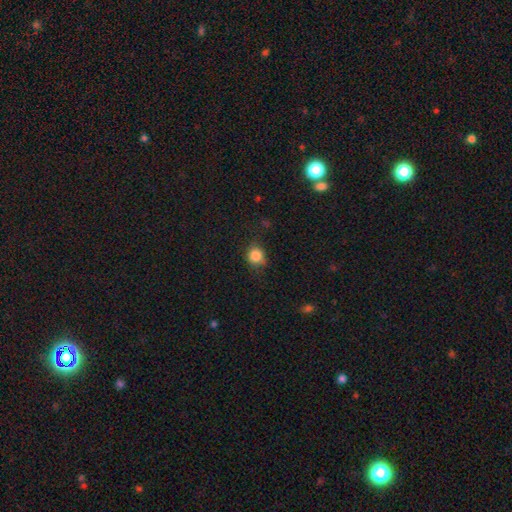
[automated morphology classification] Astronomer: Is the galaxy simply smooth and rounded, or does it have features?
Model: smooth — 85%.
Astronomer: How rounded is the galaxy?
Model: round — 80%.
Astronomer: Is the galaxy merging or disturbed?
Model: none — 72%.